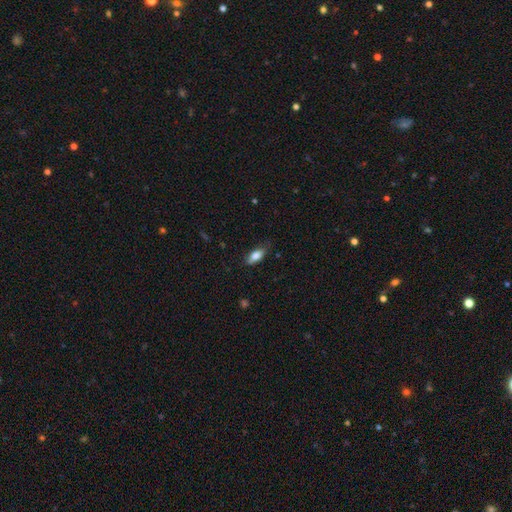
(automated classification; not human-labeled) smooth-or-featured: smooth: 79% | featured or disk: 14% | star or artifact: 7%
  how-rounded: in between: 80% | cigar-shaped: 17% | round: 3%
  merging: none: 72% | minor disturbance: 22% | major disturbance: 5% | merger: 1%